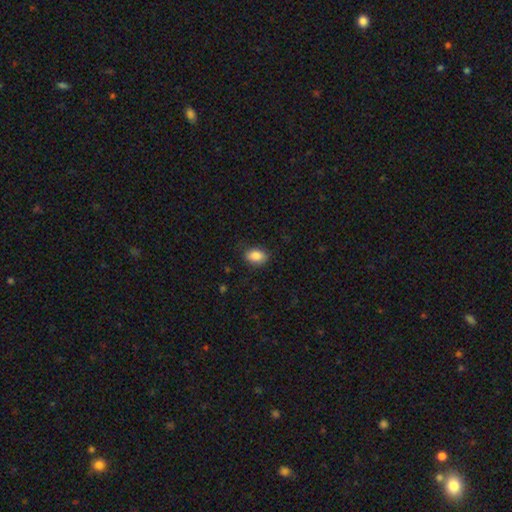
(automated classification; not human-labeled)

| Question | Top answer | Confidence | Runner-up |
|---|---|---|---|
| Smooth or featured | smooth | 85% | star or artifact (8%) |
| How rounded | in between | 83% | round (15%) |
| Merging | none | 85% | minor disturbance (12%) |